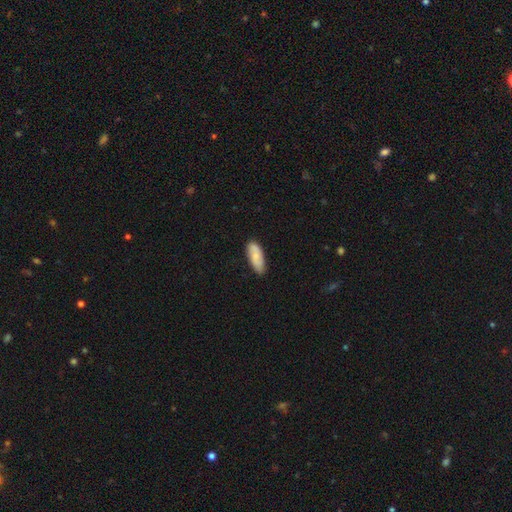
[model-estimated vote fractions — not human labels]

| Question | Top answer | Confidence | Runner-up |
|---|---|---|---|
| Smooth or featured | smooth | 77% | featured or disk (18%) |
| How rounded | in between | 74% | cigar-shaped (24%) |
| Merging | none | 80% | minor disturbance (17%) |